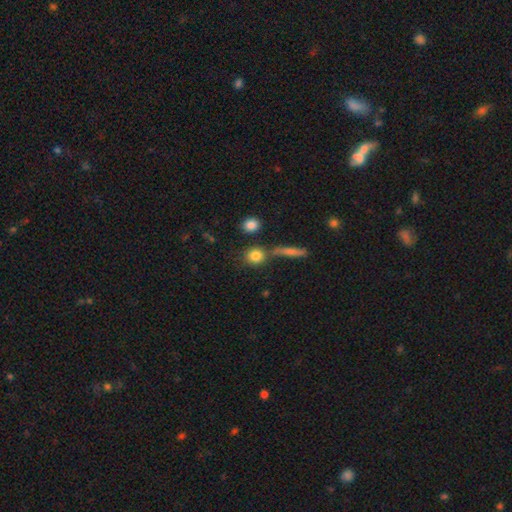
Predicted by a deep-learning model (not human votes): Morphology: type=smooth (83%); roundness=round (76%); merging=none (70%).